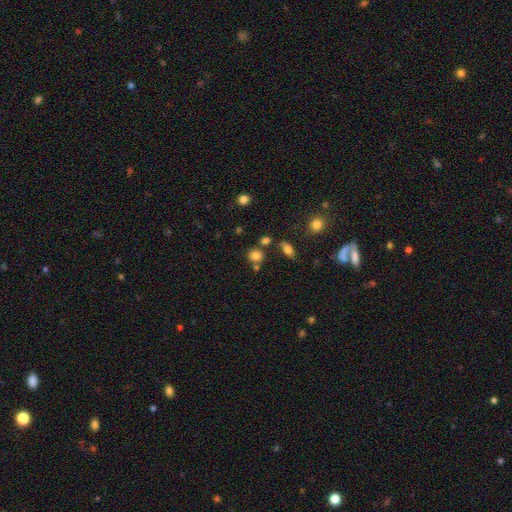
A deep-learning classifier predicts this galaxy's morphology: Overall: smooth (81%). How rounded: round (80%). Merging: none (69%).